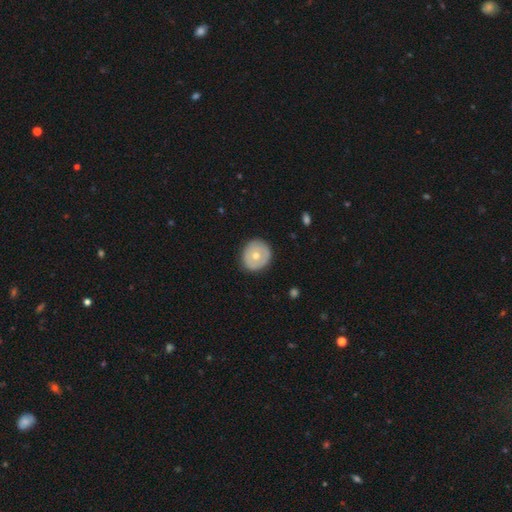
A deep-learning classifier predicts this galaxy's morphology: smooth 56%, featured or disk 38%, star or artifact 6%. Down the decision tree: how rounded — round (87%); merging — none (87%).